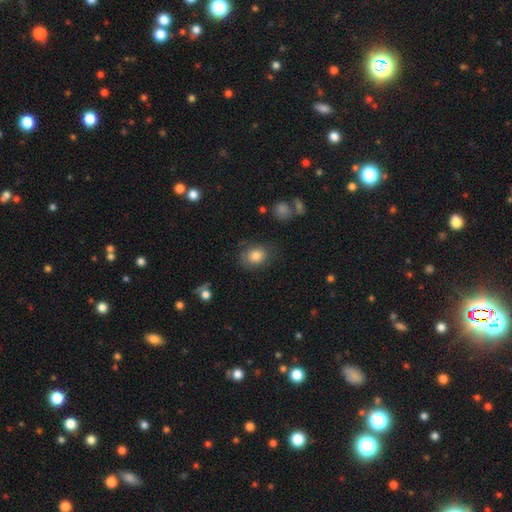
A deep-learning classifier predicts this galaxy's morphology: smooth-or-featured: smooth: 82% | featured or disk: 10% | star or artifact: 9%
  how-rounded: in between: 50% | round: 49% | cigar-shaped: 1%
  merging: none: 72% | minor disturbance: 19% | major disturbance: 7% | merger: 2%